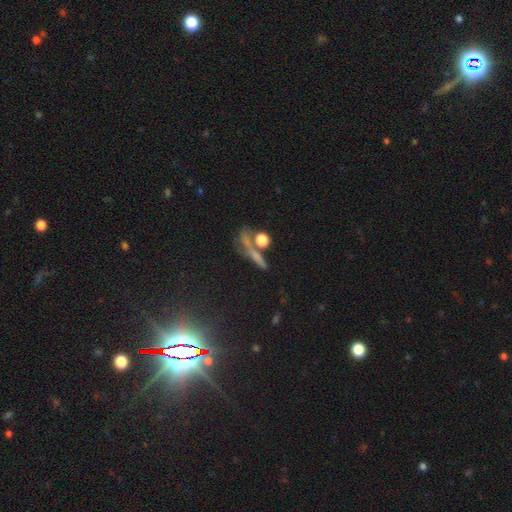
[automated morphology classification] Smooth or featured? Predicted: smooth (p=0.44). Merging? Predicted: none (p=0.56).